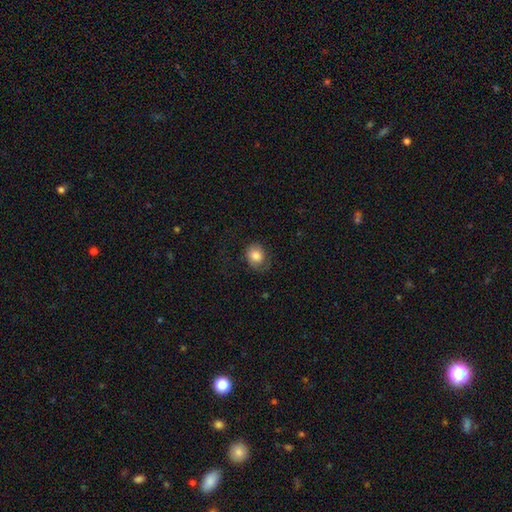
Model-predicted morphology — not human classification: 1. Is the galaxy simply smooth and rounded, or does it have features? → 81% smooth, 10% featured or disk, 9% star or artifact.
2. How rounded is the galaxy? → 62% round, 37% in between, 1% cigar-shaped.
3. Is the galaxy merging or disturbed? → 67% none, 21% minor disturbance, 10% major disturbance, 1% merger.